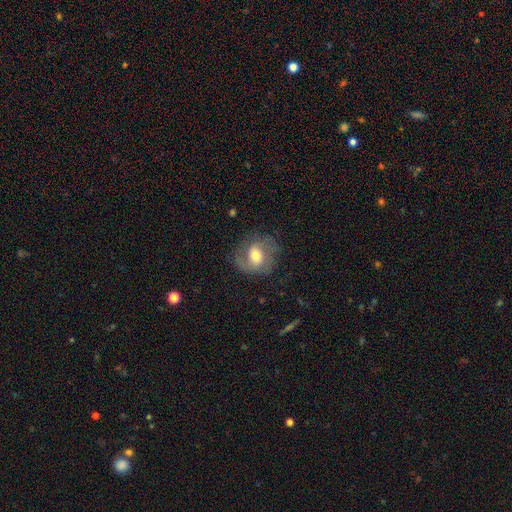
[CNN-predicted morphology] A featured or disk galaxy (58%) with no bar (44%), spiral arms (81%) and a moderate central bulge (68%).

Vote fractions:
- Smooth or featured? featured or disk: 58% / smooth: 34% / star or artifact: 8%
- Edge-on disk? no: 96% / yes: 4%
- Bar? no: 44% / weak: 41% / strong: 15%
- Spiral arms? yes: 81% / no: 19%
- Bulge size? moderate: 68% / small: 17% / large: 12% / dominant: 1% / none: 1%
- Merging? none: 67% / minor disturbance: 19% / major disturbance: 12% / merger: 1%